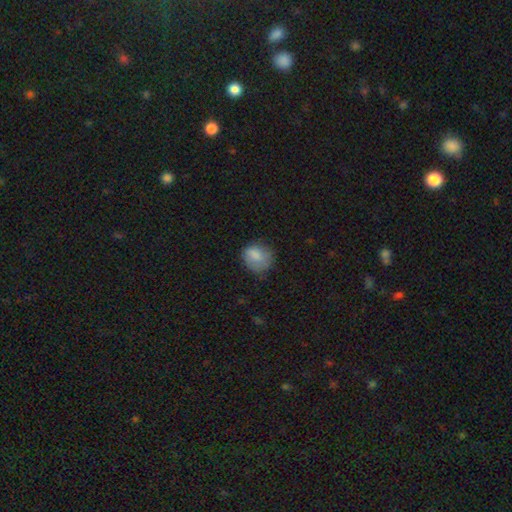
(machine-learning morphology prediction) A smooth galaxy with no disk features (82%) that is round (67%). Merging: none (61%).